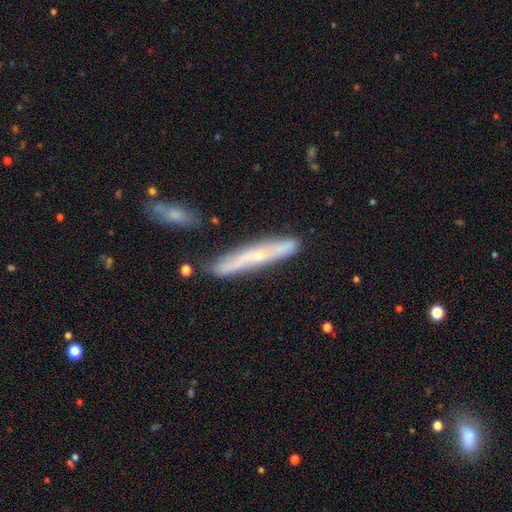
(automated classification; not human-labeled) Overall: featured or disk (57%; smooth 36%). Edge-on disk: yes (74%). Merging: none (77%).